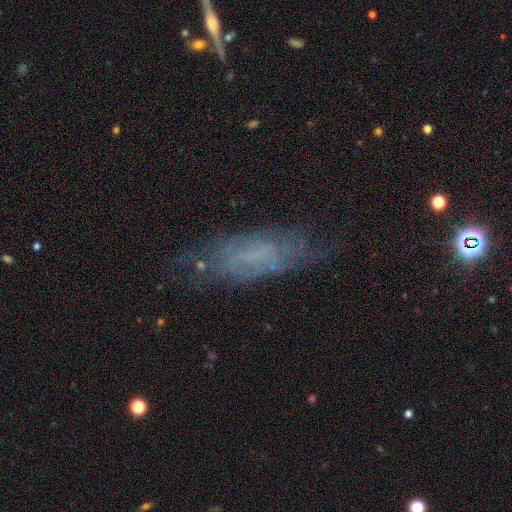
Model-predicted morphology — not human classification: featured or disk 49%, smooth 36%, star or artifact 15%. Down the decision tree: merging — none (62%).